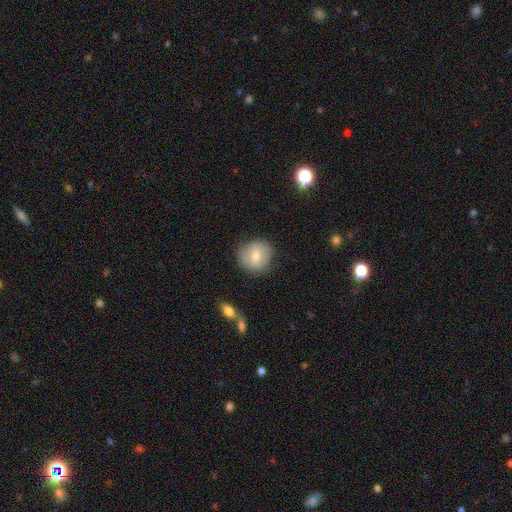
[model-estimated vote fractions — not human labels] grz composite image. It shows a smooth galaxy with no disk features (70%) that is round (81%). Merging: none (79%).